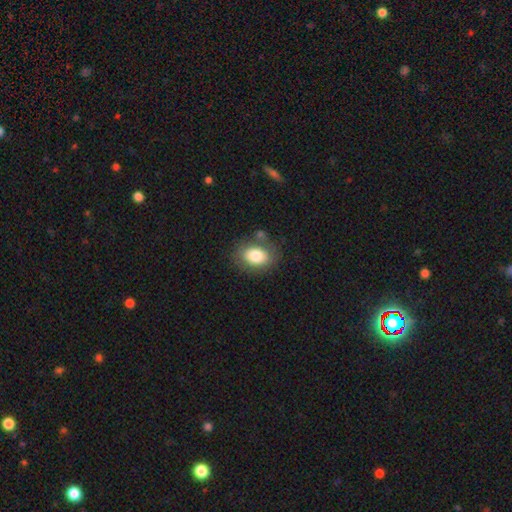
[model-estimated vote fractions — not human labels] The model was most divided on "how rounded": in between: 73%, round: 26%, cigar-shaped: 1%. More confident: smooth or featured — smooth (80%); merging — none (74%).